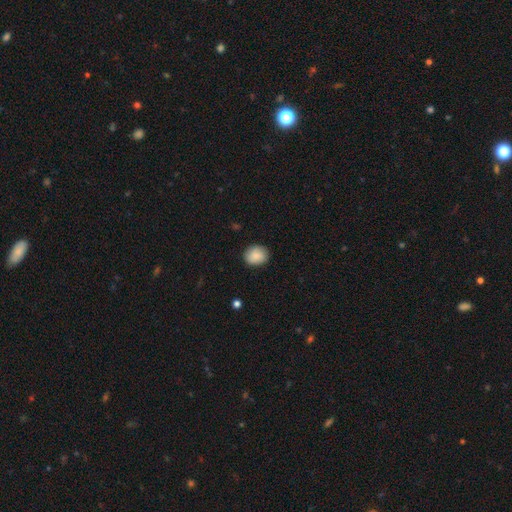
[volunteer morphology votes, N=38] smooth_or_featured: smooth (p=0.89) [alt: featured or disk p=0.05]
how_rounded: round (p=0.74) [alt: in between p=0.24]
merging: none (p=0.97) [alt: major disturbance p=0.03]